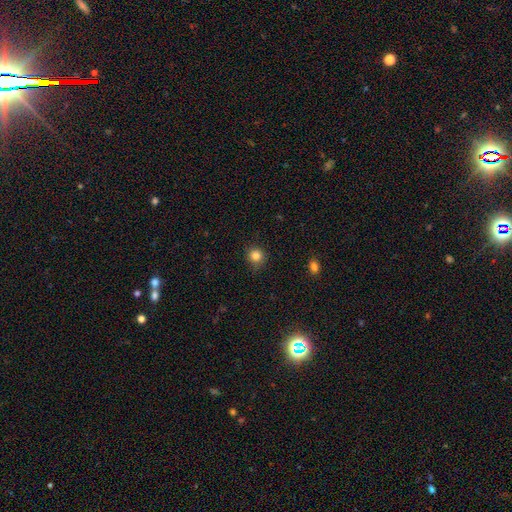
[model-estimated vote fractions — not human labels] smooth 83%, star or artifact 12%, featured or disk 5%. Down the decision tree: how rounded — round (91%); merging — none (84%).